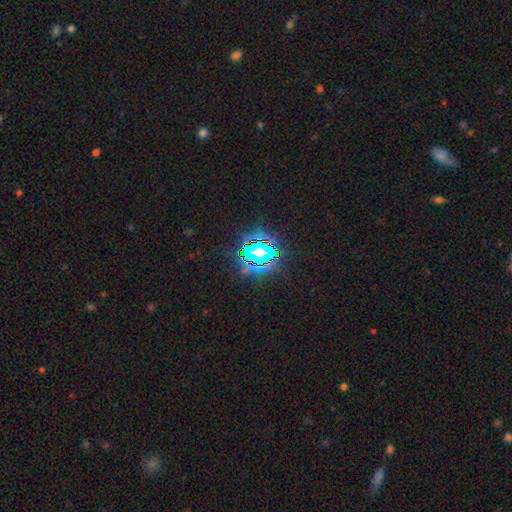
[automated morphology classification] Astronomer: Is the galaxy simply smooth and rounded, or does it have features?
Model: star or artifact — 80%.